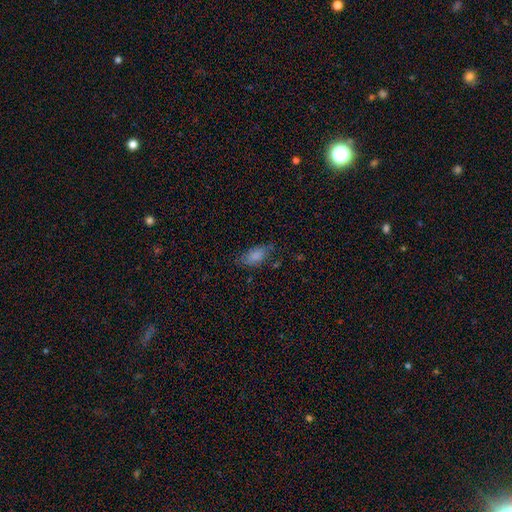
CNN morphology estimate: smooth_or_featured: smooth (p=0.83) [alt: featured or disk p=0.09]
how_rounded: in between (p=0.92) [alt: cigar-shaped p=0.05]
merging: none (p=0.68) [alt: minor disturbance p=0.23]